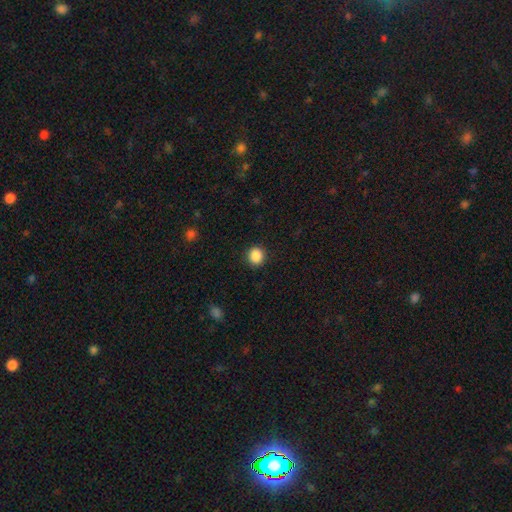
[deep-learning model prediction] Morphology: type=smooth (88%); roundness=round (86%); merging=none (91%).